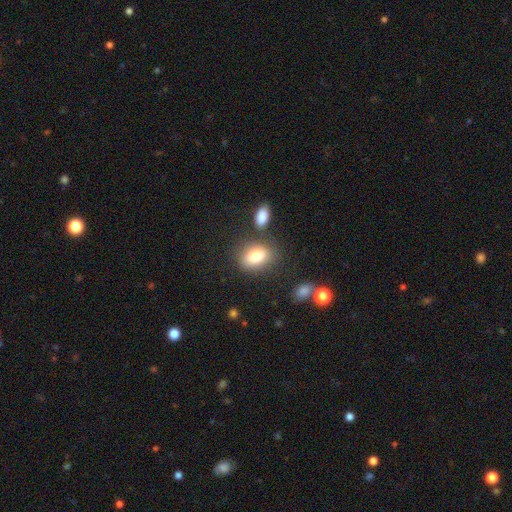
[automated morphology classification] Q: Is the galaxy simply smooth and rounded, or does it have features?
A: smooth — 80%.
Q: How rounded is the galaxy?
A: in between — 73%.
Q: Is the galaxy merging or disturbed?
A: none — 72%.